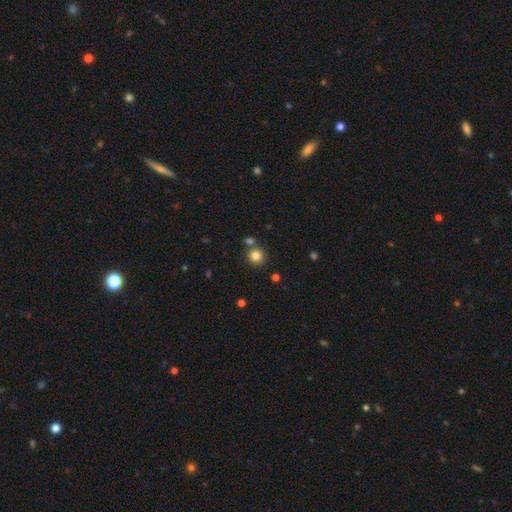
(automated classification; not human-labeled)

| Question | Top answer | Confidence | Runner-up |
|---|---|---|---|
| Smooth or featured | smooth | 82% | star or artifact (12%) |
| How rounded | round | 92% | in between (7%) |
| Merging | none | 79% | merger (11%) |